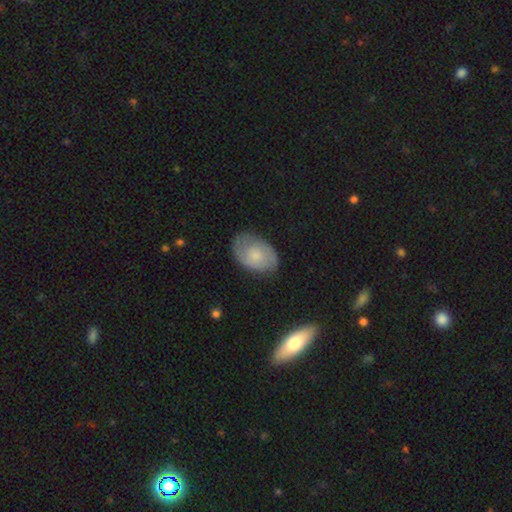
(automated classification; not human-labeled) smooth-or-featured: smooth: 52% | featured or disk: 41% | star or artifact: 7%
  how-rounded: in between: 86% | round: 12% | cigar-shaped: 1%
  merging: none: 70% | minor disturbance: 22% | major disturbance: 7% | merger: 1%